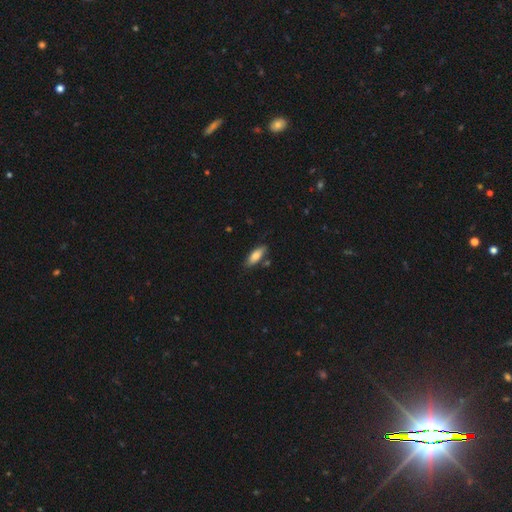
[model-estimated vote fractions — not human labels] Overall: smooth (77%). How rounded: in between (66%; cigar-shaped 32%). Merging: none (78%).